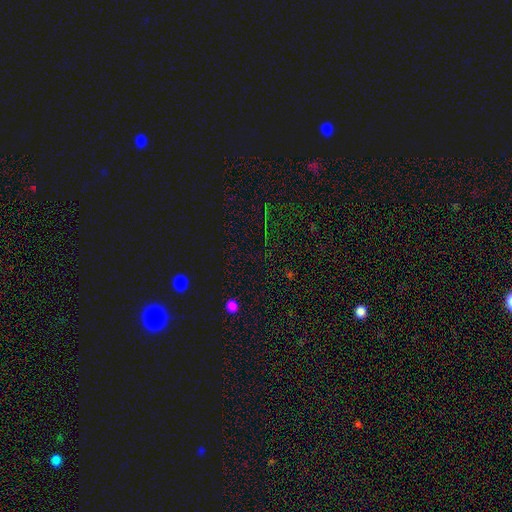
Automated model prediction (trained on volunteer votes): Morphology: type=star or artifact (71%).